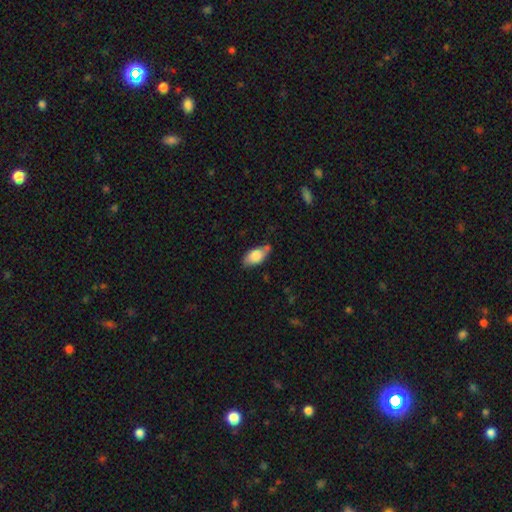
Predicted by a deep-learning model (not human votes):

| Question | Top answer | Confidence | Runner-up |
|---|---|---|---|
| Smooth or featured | smooth | 80% | featured or disk (14%) |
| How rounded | in between | 91% | cigar-shaped (6%) |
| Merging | none | 60% | minor disturbance (27%) |